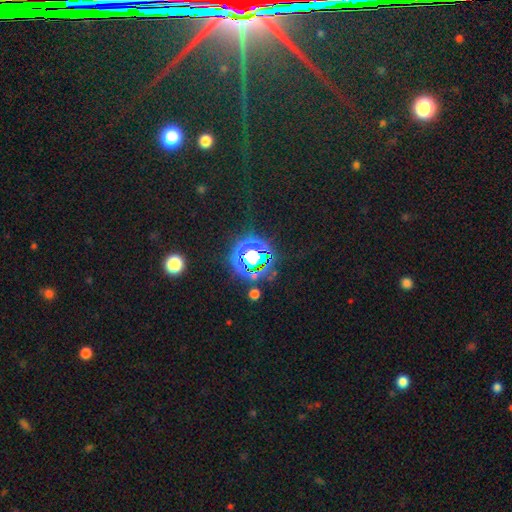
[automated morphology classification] Smooth or featured? Predicted: star or artifact (p=0.65).